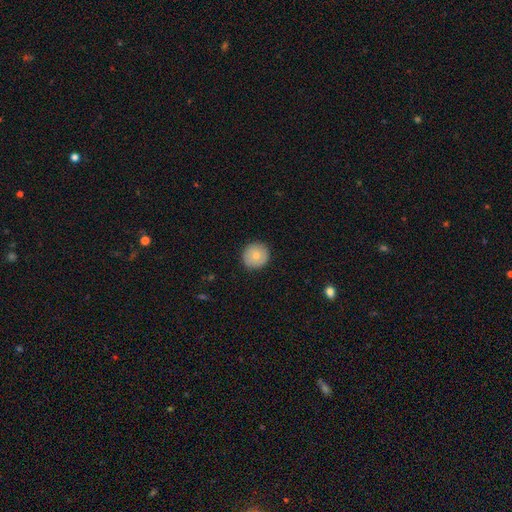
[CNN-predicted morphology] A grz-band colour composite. It shows a smooth galaxy with no disk features (74%) that is round (94%). Merging: none (90%).